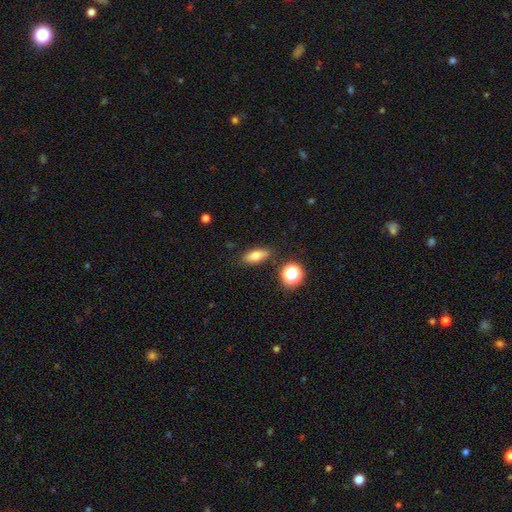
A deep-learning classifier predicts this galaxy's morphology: smooth_or_featured: smooth (p=0.73) [alt: featured or disk p=0.16]
how_rounded: in between (p=0.70) [alt: cigar-shaped p=0.22]
merging: none (p=0.84) [alt: minor disturbance p=0.10]